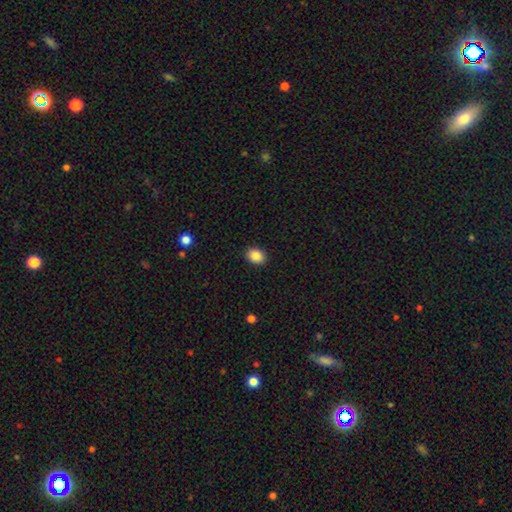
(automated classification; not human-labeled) Smooth or featured: smooth — 87% (star or artifact — 9%)
How rounded: in between — 63% (round — 36%)
Merging: none — 91% (minor disturbance — 7%)